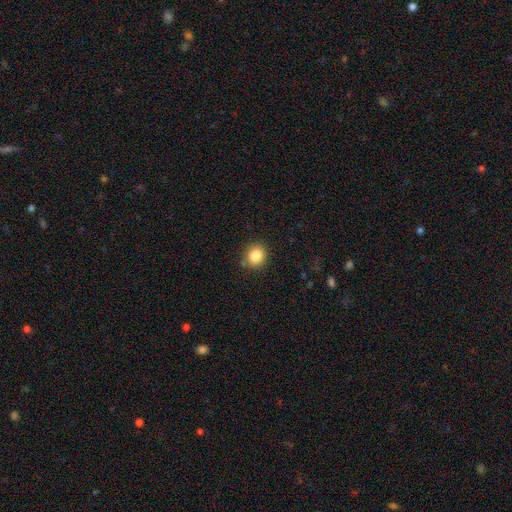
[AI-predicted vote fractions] This appears to be a smooth galaxy with no disk features (85%) that is round (74%). Merging: none (85%).